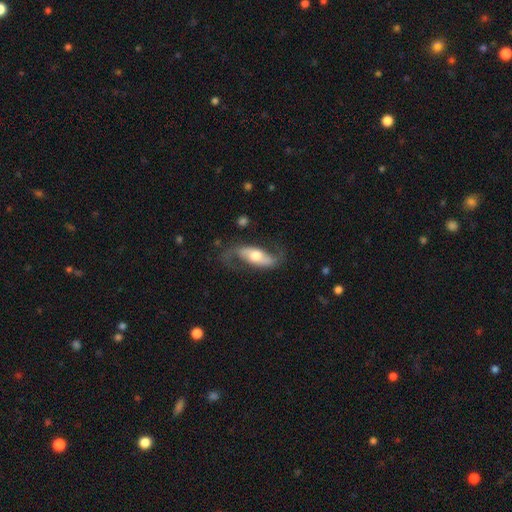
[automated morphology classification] Smooth or featured? featured or disk (75%)
Edge-on disk? no (88%)
Bar? no (44%)
Spiral arms? yes (91%)
Spiral winding? loose (70%)
Spiral arm count? 2 (91%)
Bulge size? moderate (64%)
Merging? none (64%)